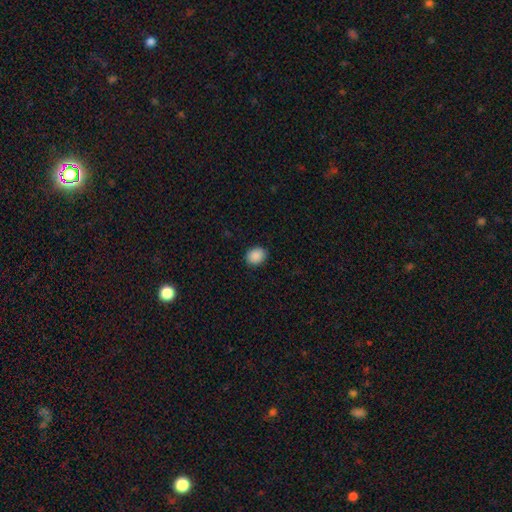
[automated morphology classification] smooth-or-featured: smooth: 89% | star or artifact: 8% | featured or disk: 3%
  how-rounded: round: 54% | in between: 46% | cigar-shaped: 1%
  merging: none: 89% | minor disturbance: 8% | major disturbance: 2% | merger: 1%